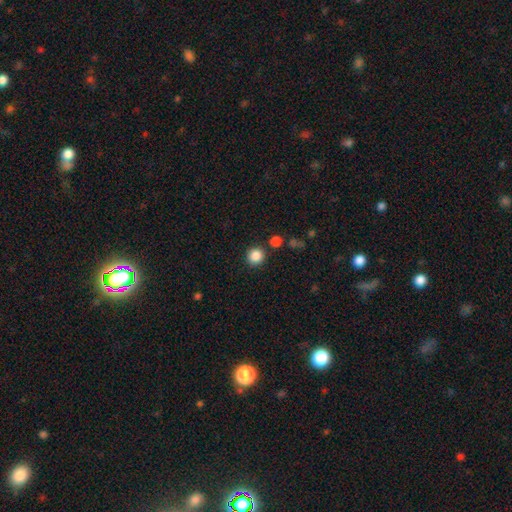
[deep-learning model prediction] smooth 86%, star or artifact 10%, featured or disk 4%. Down the decision tree: how rounded — round (91%); merging — none (85%).